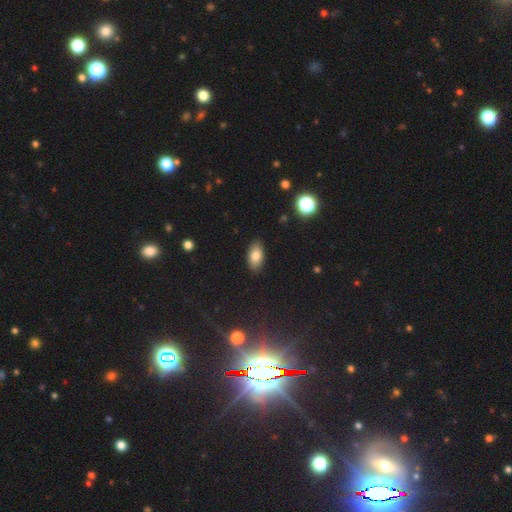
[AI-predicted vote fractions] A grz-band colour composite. It shows a smooth galaxy with no disk features (80%) that is in between round and cigar-shaped (92%). Merging: none (88%).